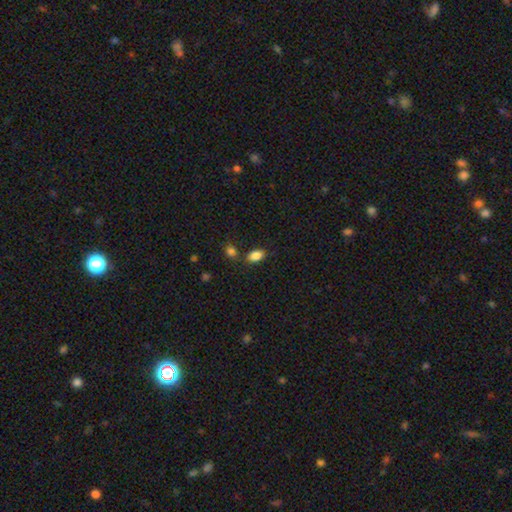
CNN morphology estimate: Q: Smooth or featured?
A: smooth (86%); runner-up: star or artifact (9%)
Q: How rounded?
A: in between (90%); runner-up: round (8%)
Q: Merging?
A: none (75%); runner-up: minor disturbance (12%)